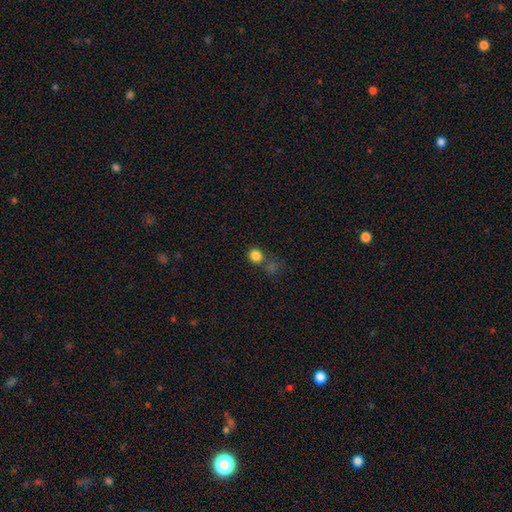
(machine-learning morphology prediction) Overall: smooth (82%). How rounded: round (83%). Merging: none (65%).